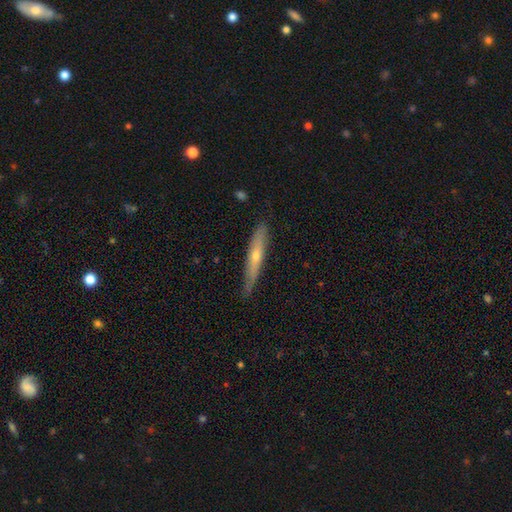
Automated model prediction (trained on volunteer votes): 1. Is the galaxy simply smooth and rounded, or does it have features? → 55% featured or disk, 39% smooth, 6% star or artifact.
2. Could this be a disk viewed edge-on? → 89% yes, 11% no.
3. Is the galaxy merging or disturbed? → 80% none, 16% minor disturbance, 2% major disturbance, 1% merger.